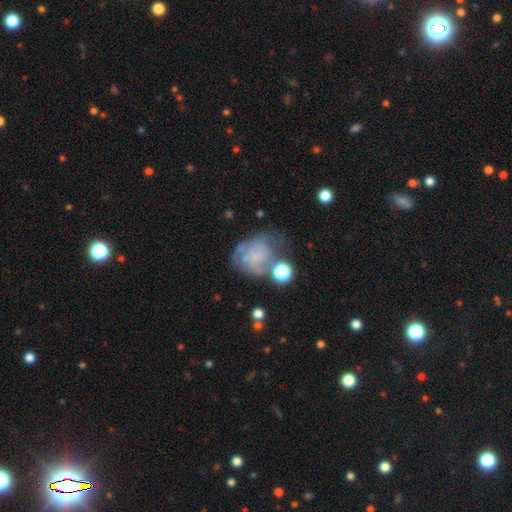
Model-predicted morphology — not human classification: A featured or disk galaxy (51%).

Vote fractions:
- Smooth or featured? featured or disk: 51% / smooth: 37% / star or artifact: 12%
- Edge-on disk? no: 98% / yes: 2%
- Merging? none: 33% / major disturbance: 31% / minor disturbance: 24% / merger: 12%